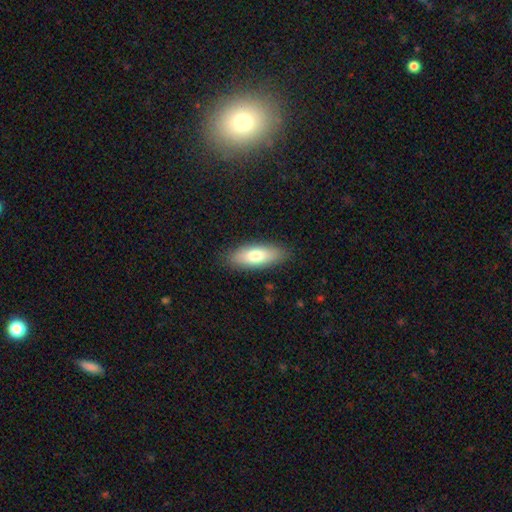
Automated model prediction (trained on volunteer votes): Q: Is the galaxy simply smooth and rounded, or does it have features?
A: smooth — 75%.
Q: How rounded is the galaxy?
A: in between — 73%.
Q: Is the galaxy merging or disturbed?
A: none — 86%.